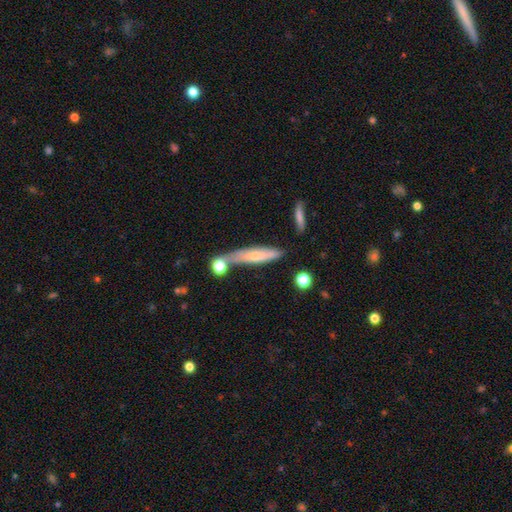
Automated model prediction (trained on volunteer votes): smooth-or-featured: smooth: 53% | featured or disk: 39% | star or artifact: 7%
  how-rounded: cigar-shaped: 84% | in between: 14% | round: 2%
  merging: none: 49% | minor disturbance: 23% | merger: 19% | major disturbance: 9%